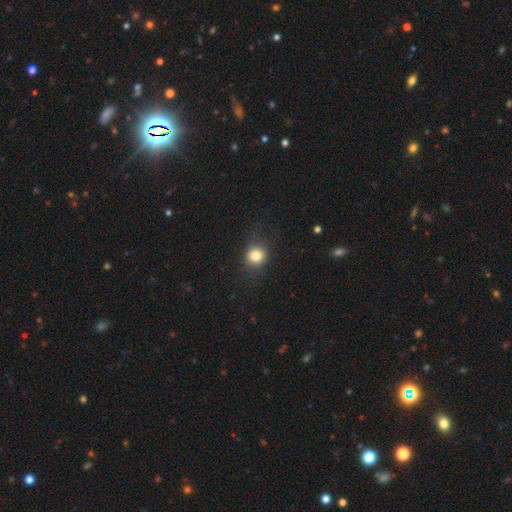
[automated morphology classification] Smooth or featured? smooth (82%)
How rounded? round (79%)
Merging? none (81%)